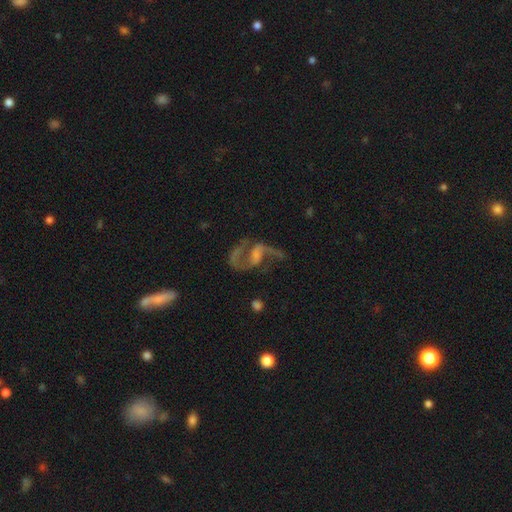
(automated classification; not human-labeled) Smooth or featured? featured or disk (81%)
Edge-on disk? no (96%)
Bar? weak (47%)
Spiral arms? yes (93%)
Spiral winding? medium (48%)
Spiral arm count? 2 (85%)
Bulge size? small (41%)
Merging? none (64%)